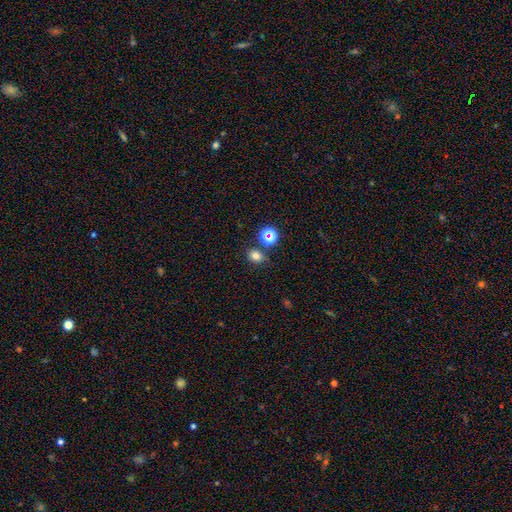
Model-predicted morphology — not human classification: A smooth galaxy with no disk features (75%) that is round (52%).

Vote fractions:
- Smooth or featured? smooth: 75% / star or artifact: 19% / featured or disk: 6%
- How rounded? round: 52% / in between: 47% / cigar-shaped: 1%
- Merging? none: 78% / minor disturbance: 11% / merger: 8% / major disturbance: 4%